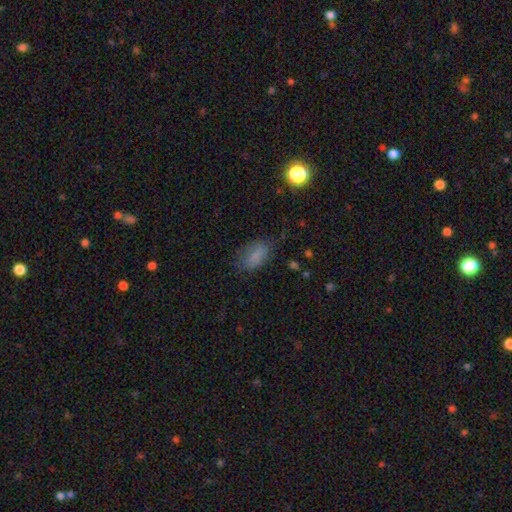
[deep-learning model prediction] Smooth or featured?
  - smooth: 79% *
  - star or artifact: 11%
  - featured or disk: 10%
How rounded?
  - in between: 89% *
  - round: 7%
  - cigar-shaped: 4%
Merging?
  - none: 69% *
  - minor disturbance: 21%
  - major disturbance: 8%
  - merger: 2%